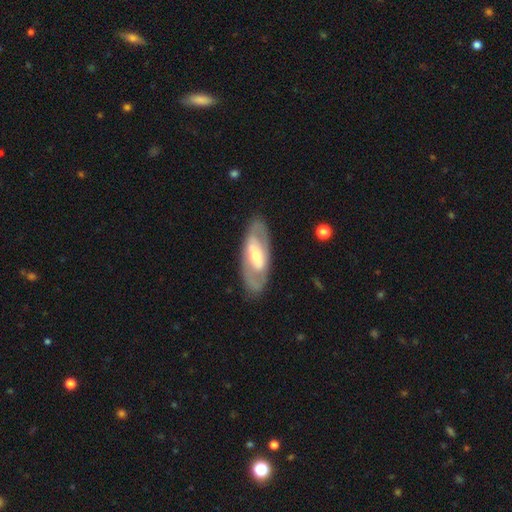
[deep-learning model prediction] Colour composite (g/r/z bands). It shows a featured or disk galaxy (69%) with a strong bar (39%), spiral arms (53%) and a moderate central bulge (54%). Merging: none (83%).